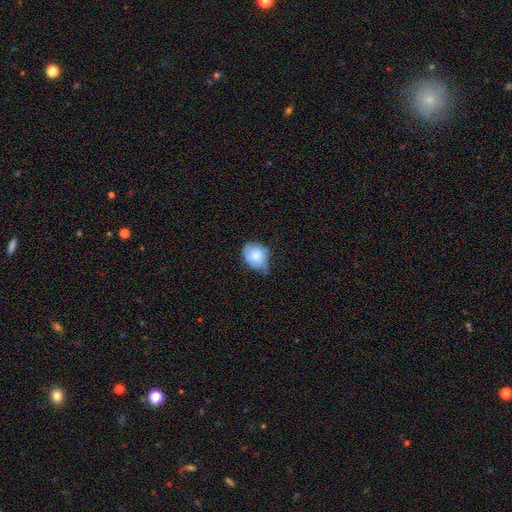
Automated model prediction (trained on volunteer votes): Smooth or featured? smooth (72%)
How rounded? in between (53%)
Merging? minor disturbance (50%)